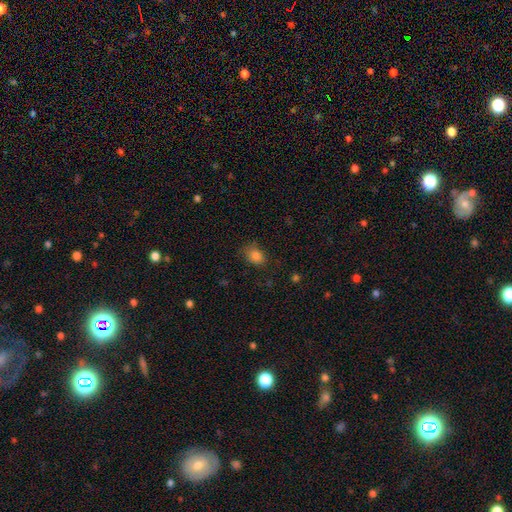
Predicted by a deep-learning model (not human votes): smooth-or-featured: smooth: 84% | star or artifact: 11% | featured or disk: 5%
  how-rounded: in between: 69% | round: 30% | cigar-shaped: 1%
  merging: none: 72% | minor disturbance: 20% | major disturbance: 6% | merger: 2%